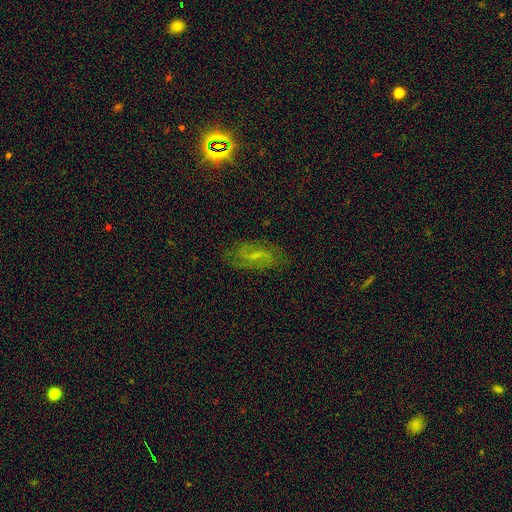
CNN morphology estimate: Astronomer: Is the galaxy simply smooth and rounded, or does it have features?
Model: featured or disk — 55%.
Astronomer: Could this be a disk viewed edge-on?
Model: no — 93%.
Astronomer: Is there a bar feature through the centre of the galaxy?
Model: weak — 52%.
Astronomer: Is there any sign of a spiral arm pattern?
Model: yes — 84%.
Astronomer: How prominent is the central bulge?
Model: small — 42% (runner-up: none, 35%).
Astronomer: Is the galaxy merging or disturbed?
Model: none — 74%.